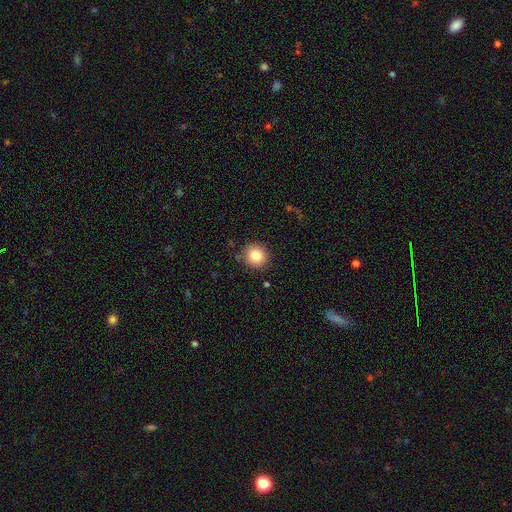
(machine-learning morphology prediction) Smooth or featured: smooth — 84% (star or artifact — 10%)
How rounded: round — 91% (in between — 9%)
Merging: none — 88% (minor disturbance — 8%)